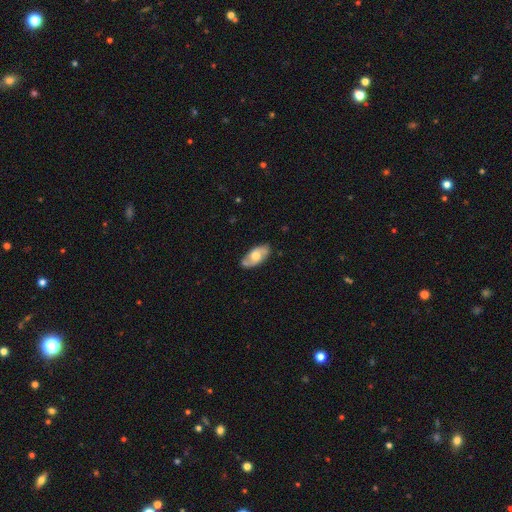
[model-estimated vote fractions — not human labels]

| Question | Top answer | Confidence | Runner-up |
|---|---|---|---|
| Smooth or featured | featured or disk | 51% | smooth (43%) |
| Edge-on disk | no | 85% | yes (15%) |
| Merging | none | 78% | minor disturbance (17%) |